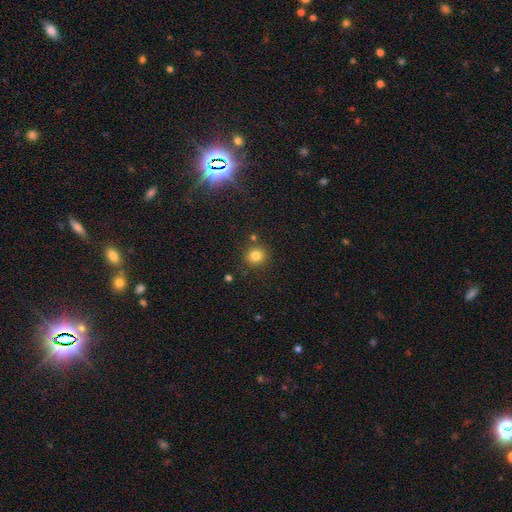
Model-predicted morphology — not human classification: Q: Smooth or featured?
A: smooth (80%); runner-up: star or artifact (13%)
Q: How rounded?
A: round (90%); runner-up: in between (9%)
Q: Merging?
A: none (83%); runner-up: minor disturbance (8%)